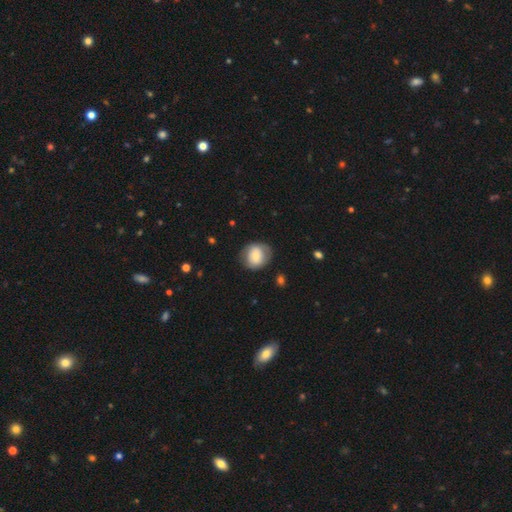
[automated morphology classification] The model was most divided on "how rounded": round: 70%, in between: 30%, cigar-shaped: 1%. More confident: merging — none (74%); smooth or featured — smooth (68%).